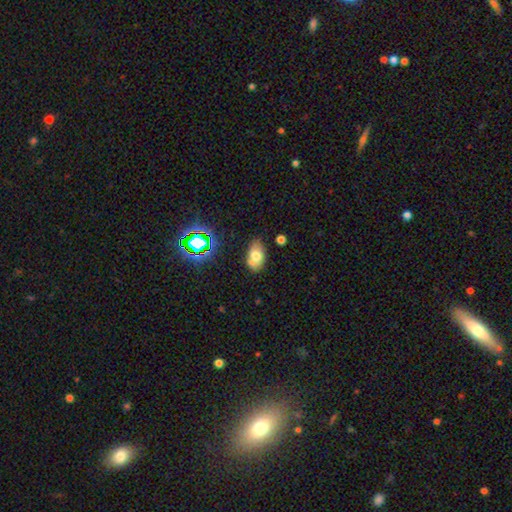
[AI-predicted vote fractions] smooth_or_featured: smooth (p=0.66) [alt: featured or disk p=0.21]
how_rounded: in between (p=0.89) [alt: round p=0.09]
merging: none (p=0.60) [alt: minor disturbance p=0.20]